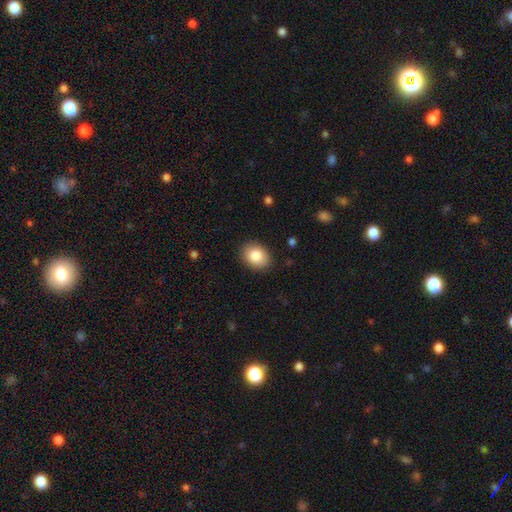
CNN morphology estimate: type=smooth (85%); roundness=in between (55%); merging=none (88%).